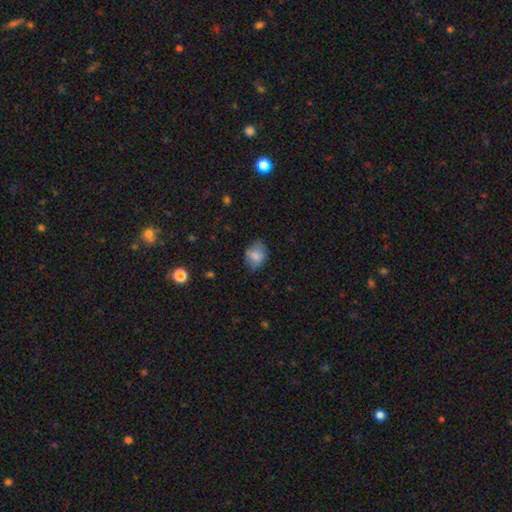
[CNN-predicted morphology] A smooth galaxy with no disk features (79%) that is in between round and cigar-shaped (65%).

Vote fractions:
- Smooth or featured? smooth: 79% / featured or disk: 12% / star or artifact: 8%
- How rounded? in between: 65% / round: 34% / cigar-shaped: 1%
- Merging? none: 69% / minor disturbance: 24% / major disturbance: 6% / merger: 1%